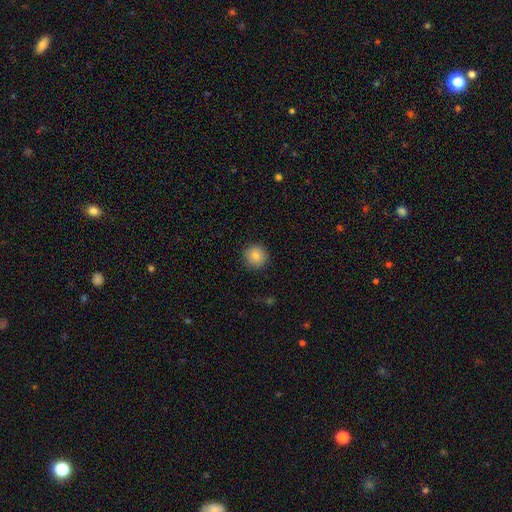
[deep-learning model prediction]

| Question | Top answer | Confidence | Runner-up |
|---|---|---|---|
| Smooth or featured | smooth | 85% | star or artifact (9%) |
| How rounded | round | 95% | in between (4%) |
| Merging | none | 90% | minor disturbance (7%) |